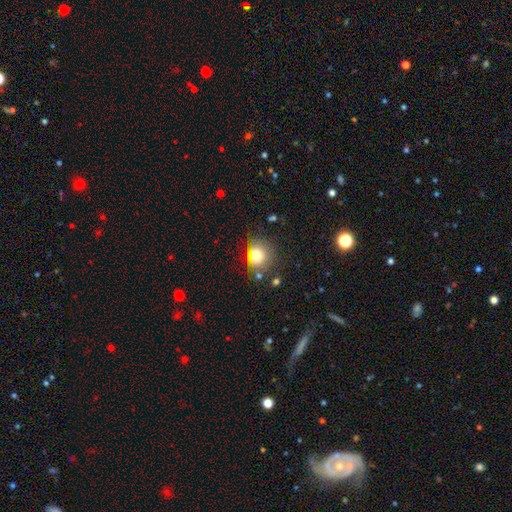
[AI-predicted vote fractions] Smooth or featured: smooth — 73% (star or artifact — 16%)
How rounded: round — 75% (in between — 24%)
Merging: none — 76% (minor disturbance — 14%)